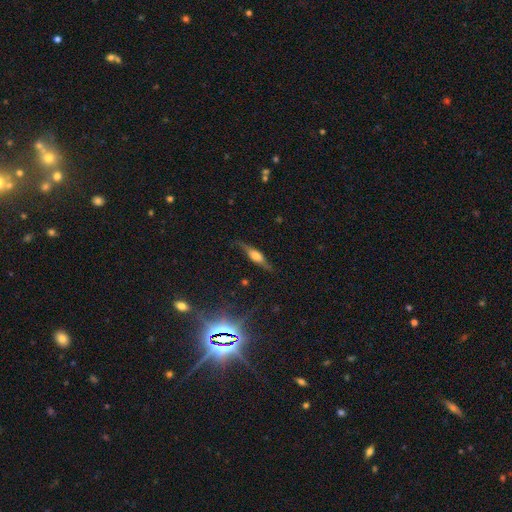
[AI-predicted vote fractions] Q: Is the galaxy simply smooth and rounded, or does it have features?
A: featured or disk — 58%.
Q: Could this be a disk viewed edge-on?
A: yes — 79%.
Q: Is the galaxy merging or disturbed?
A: none — 70%.